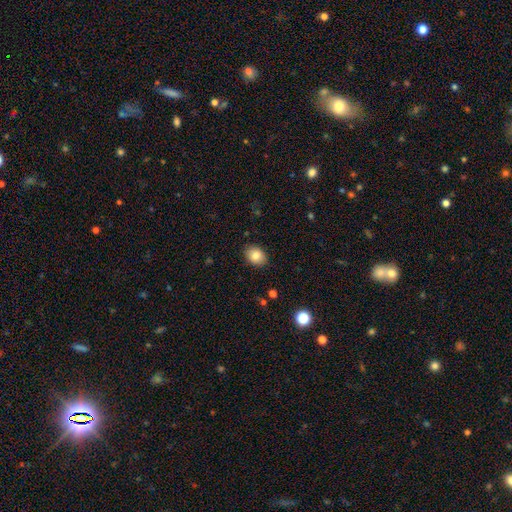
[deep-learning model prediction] Morphology: type=smooth (84%); roundness=in between (65%); merging=none (87%).